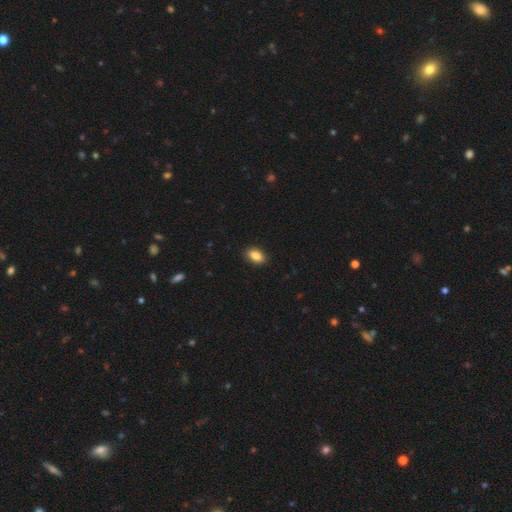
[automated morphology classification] Overall: smooth (88%). How rounded: in between (90%). Merging: none (90%).